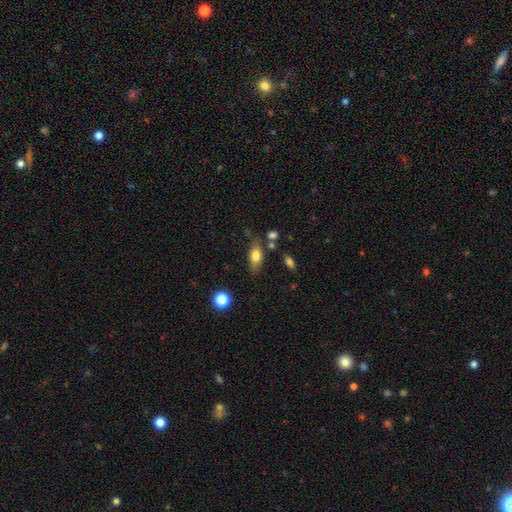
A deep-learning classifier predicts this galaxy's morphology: Overall: smooth (73%). How rounded: in between (82%). Merging: none (69%).